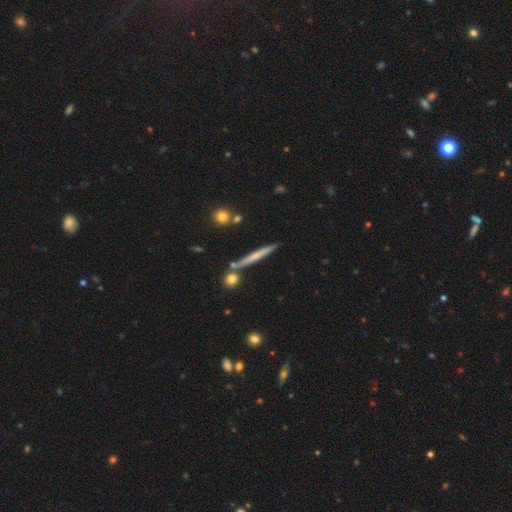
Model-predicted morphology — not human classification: Overall: smooth (53%; featured or disk 41%). How rounded: cigar-shaped (94%). Merging: none (82%).